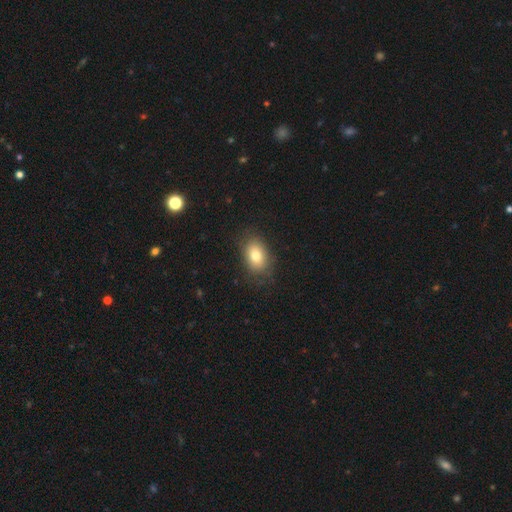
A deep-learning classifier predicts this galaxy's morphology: This is likely a smooth galaxy (79%). How rounded: clearly in between (80%). Merging: clearly none (82%).